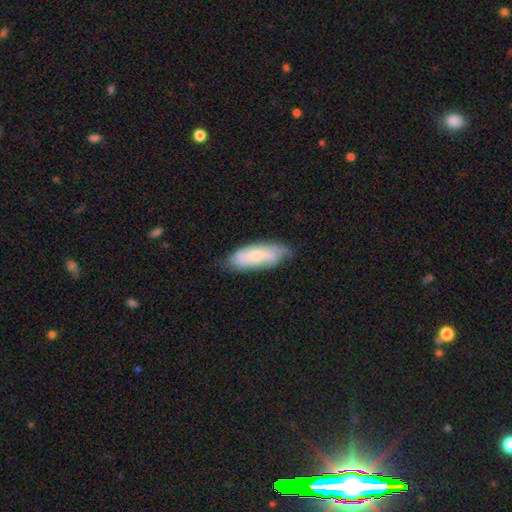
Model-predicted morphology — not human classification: A smooth galaxy with no disk features (59%) that is in between round and cigar-shaped (67%). Merging: none (70%).